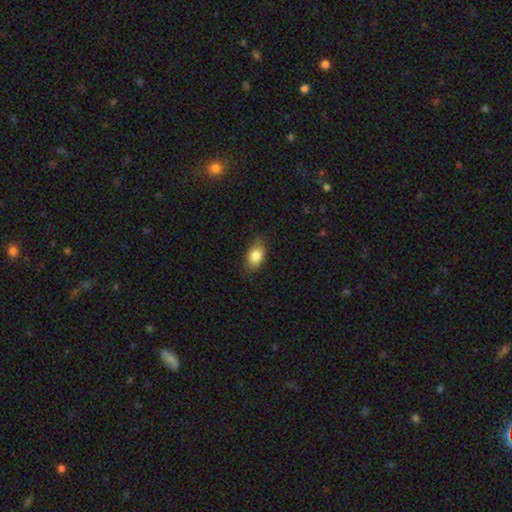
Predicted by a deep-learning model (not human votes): Q: Smooth or featured?
A: smooth (84%); runner-up: featured or disk (9%)
Q: How rounded?
A: in between (87%); runner-up: round (11%)
Q: Merging?
A: none (79%); runner-up: minor disturbance (17%)